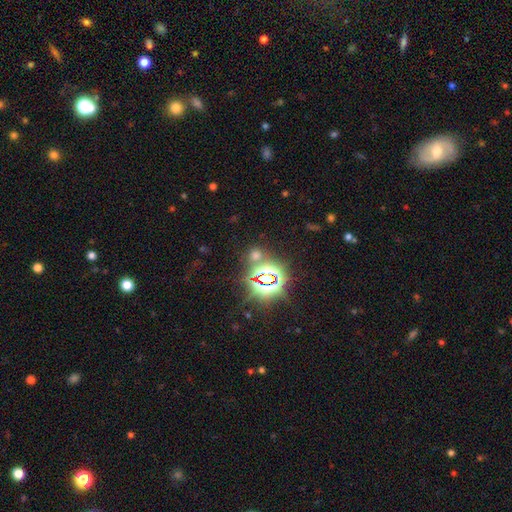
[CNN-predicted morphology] type=star or artifact (58%).